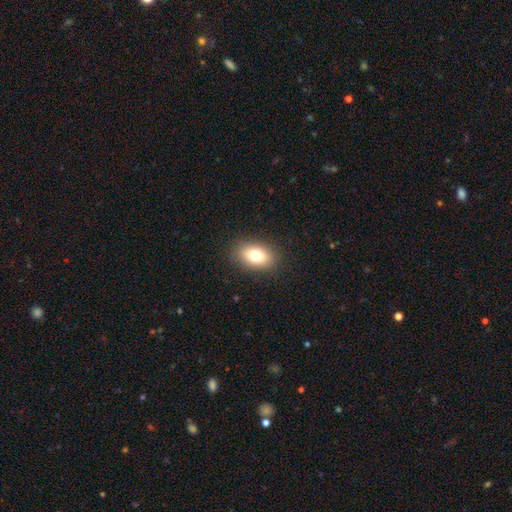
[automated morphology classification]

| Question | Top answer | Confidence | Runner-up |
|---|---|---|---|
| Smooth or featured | smooth | 78% | featured or disk (13%) |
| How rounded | in between | 85% | round (13%) |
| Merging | none | 88% | minor disturbance (9%) |